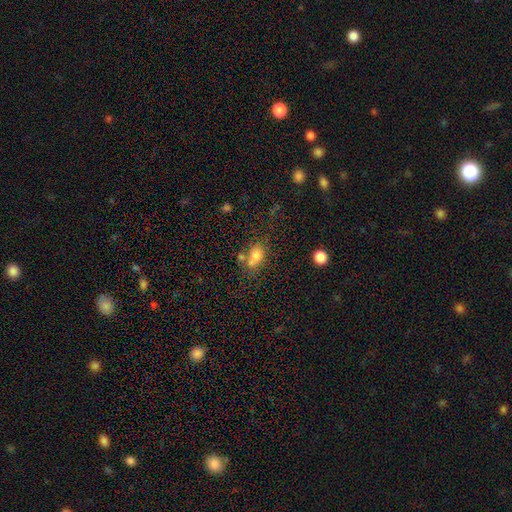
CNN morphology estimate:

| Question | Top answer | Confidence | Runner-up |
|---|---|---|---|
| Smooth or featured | smooth | 74% | featured or disk (13%) |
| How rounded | in between | 53% | round (46%) |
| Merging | none | 44% | merger (35%) |